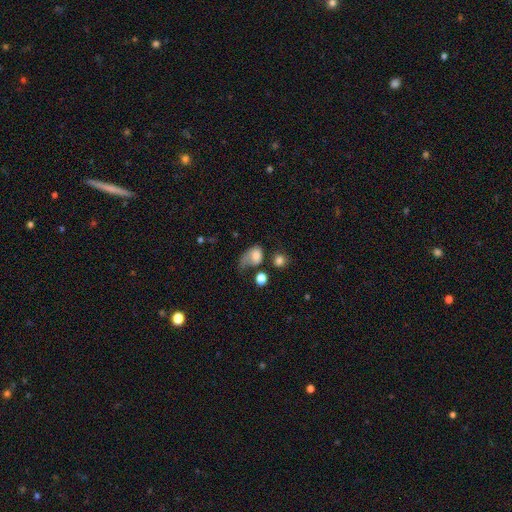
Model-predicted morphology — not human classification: This is likely a smooth galaxy (70%). How rounded: likely in between (67%). Merging: possibly major disturbance (50%).